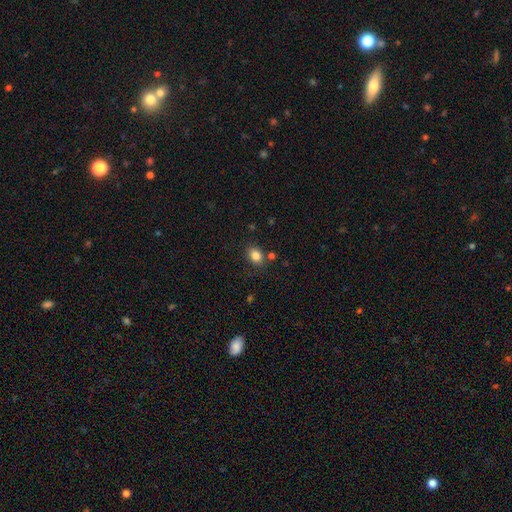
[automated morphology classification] A smooth galaxy with no disk features (83%) that is in between round and cigar-shaped (64%). Merging: none (79%).